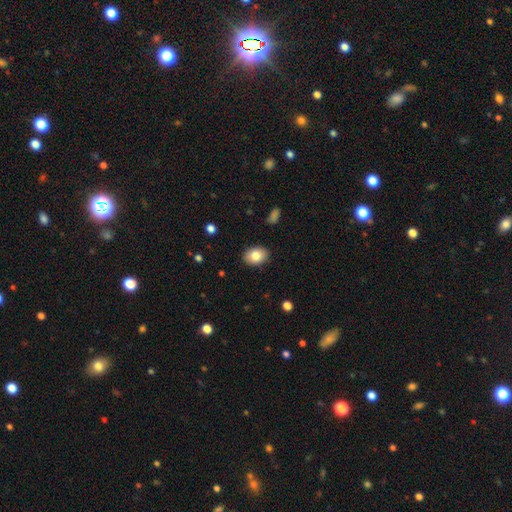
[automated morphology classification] This appears to be a smooth galaxy with no disk features (83%) that is in between round and cigar-shaped (77%). Merging: none (89%).